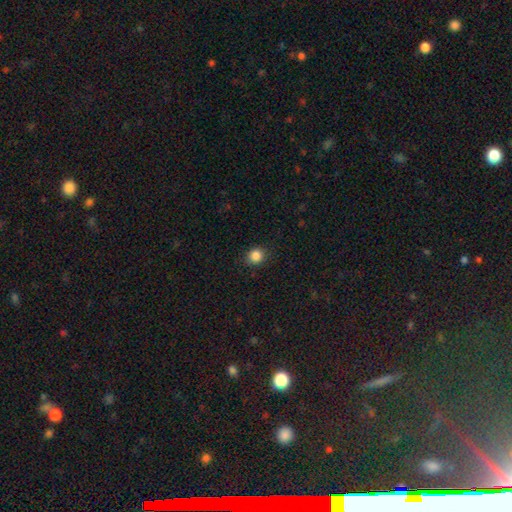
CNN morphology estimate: Overall: smooth (86%). How rounded: round (80%). Merging: none (88%).